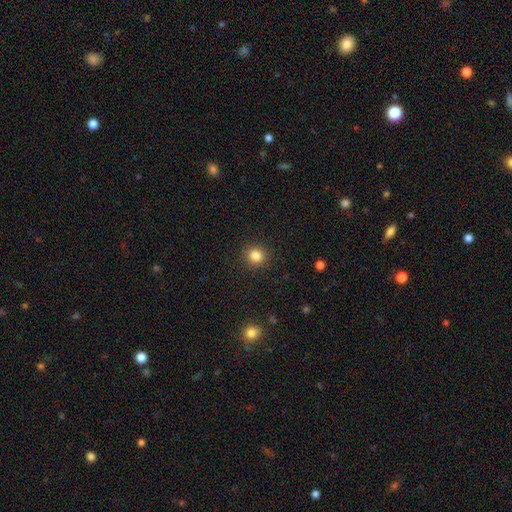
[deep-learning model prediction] smooth 84%, star or artifact 12%, featured or disk 5%. Down the decision tree: how rounded — round (88%); merging — none (91%).